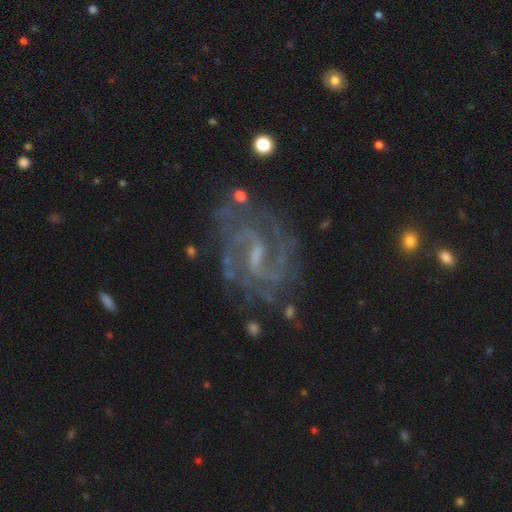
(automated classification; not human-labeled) The model was most divided on "spiral winding": medium: 55%, tight: 30%, loose: 15%. More confident: edge-on disk — no (98%); spiral arms — yes (98%); smooth or featured — featured or disk (91%); spiral arm count — 2 (80%); merging — none (73%); bulge size — small (57%); bar — weak (56%).